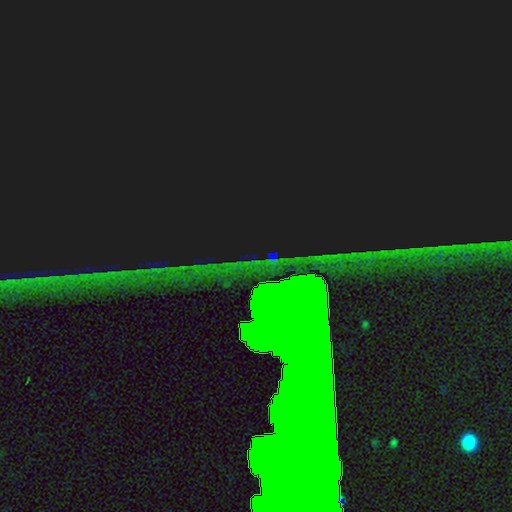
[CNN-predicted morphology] Overall: star or artifact (76%).